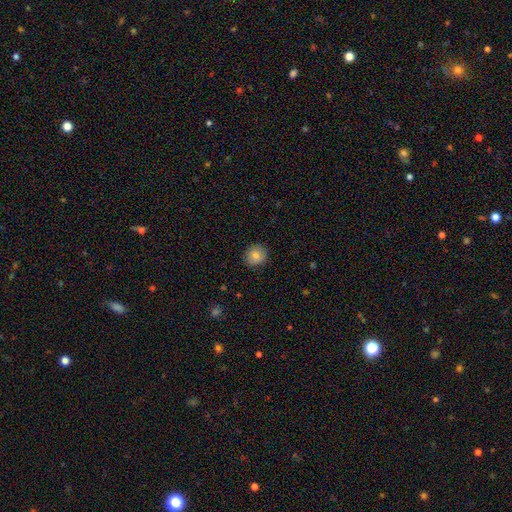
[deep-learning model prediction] A smooth galaxy with no disk features (83%) that is round (86%). Merging: none (88%).